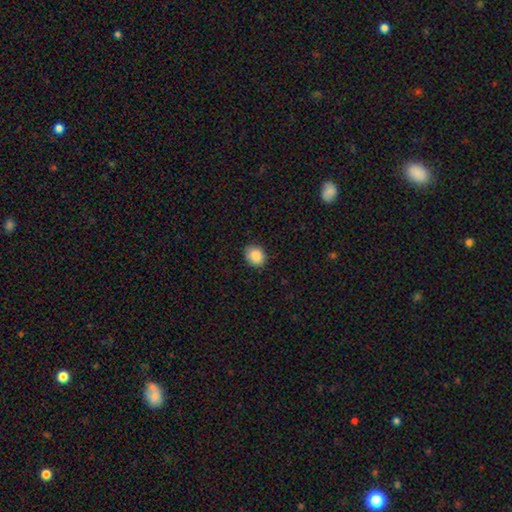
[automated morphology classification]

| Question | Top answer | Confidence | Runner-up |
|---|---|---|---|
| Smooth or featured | smooth | 88% | star or artifact (8%) |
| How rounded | round | 52% | in between (47%) |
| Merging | none | 87% | minor disturbance (10%) |